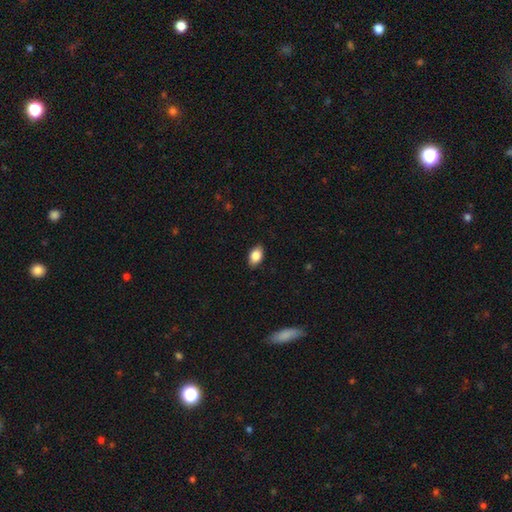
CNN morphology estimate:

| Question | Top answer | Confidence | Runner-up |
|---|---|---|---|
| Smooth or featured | smooth | 85% | featured or disk (8%) |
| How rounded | in between | 91% | round (7%) |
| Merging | none | 87% | minor disturbance (10%) |